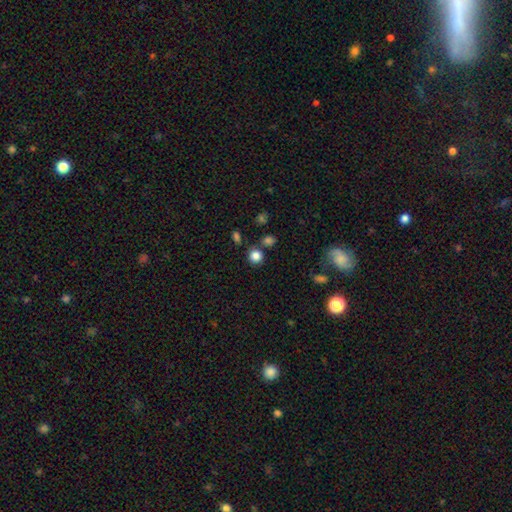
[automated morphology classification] smooth_or_featured: smooth (p=0.84) [alt: star or artifact p=0.12]
how_rounded: round (p=0.89) [alt: in between p=0.10]
merging: none (p=0.78) [alt: merger p=0.09]